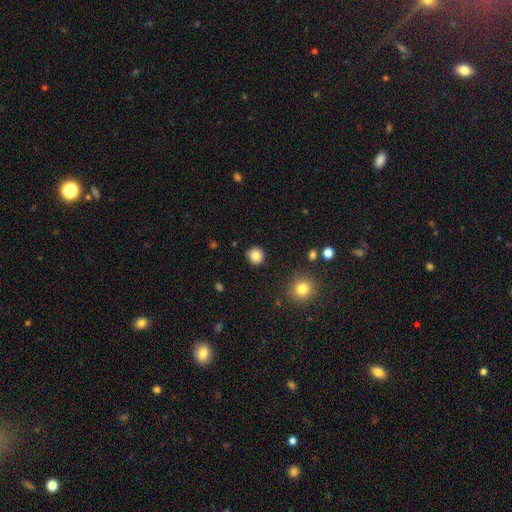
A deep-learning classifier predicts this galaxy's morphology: smooth 84%, star or artifact 10%, featured or disk 6%. Down the decision tree: how rounded — round (92%); merging — none (90%).